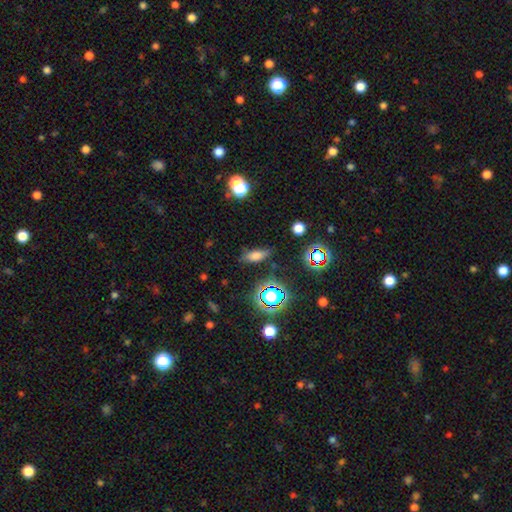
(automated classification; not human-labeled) The model was most divided on "how rounded": in between: 67%, cigar-shaped: 27%, round: 6%. More confident: merging — none (78%); smooth or featured — smooth (68%).